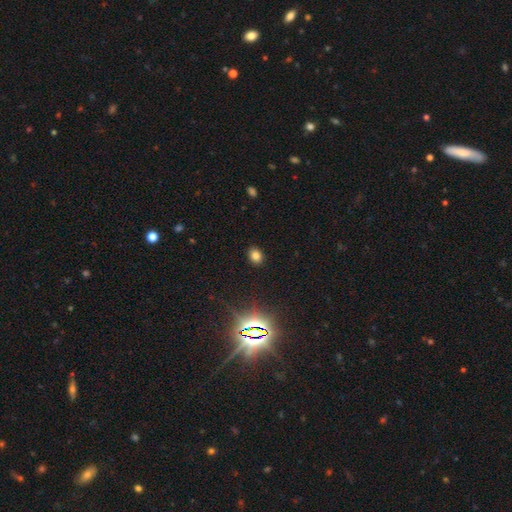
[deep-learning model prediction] Q: Smooth or featured?
A: smooth (75%); runner-up: star or artifact (18%)
Q: How rounded?
A: in between (59%); runner-up: round (40%)
Q: Merging?
A: none (89%); runner-up: minor disturbance (7%)